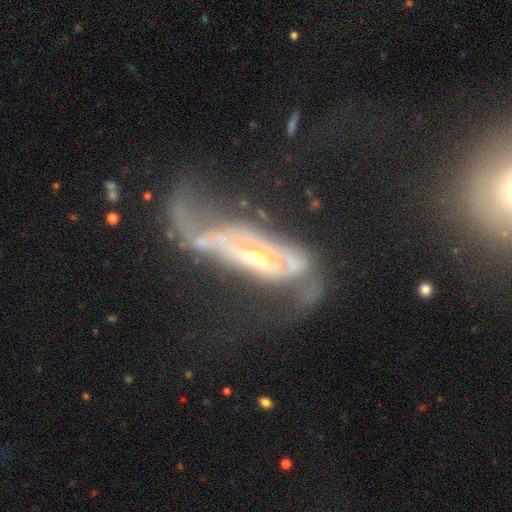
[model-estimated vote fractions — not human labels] Smooth or featured: featured or disk — 76% (smooth — 15%)
Edge-on disk: no — 76% (yes — 24%)
Bar: no — 57% (weak — 24%)
Spiral arms: yes — 65% (no — 35%)
Bulge size: small — 55% (moderate — 40%)
Merging: major disturbance — 51% (none — 22%)